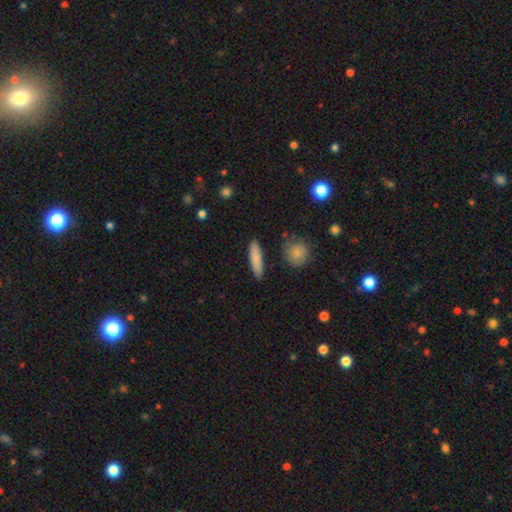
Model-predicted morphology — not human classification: type=smooth (83%); roundness=cigar-shaped (69%); merging=none (87%).